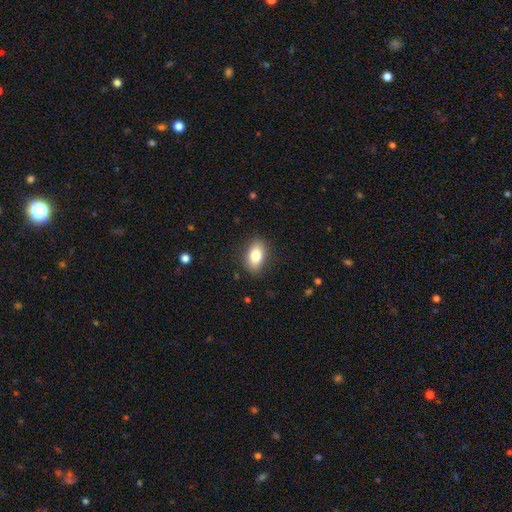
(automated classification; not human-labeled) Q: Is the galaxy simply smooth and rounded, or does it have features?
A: smooth — 81%.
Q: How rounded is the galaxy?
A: in between — 87%.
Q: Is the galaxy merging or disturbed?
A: none — 86%.